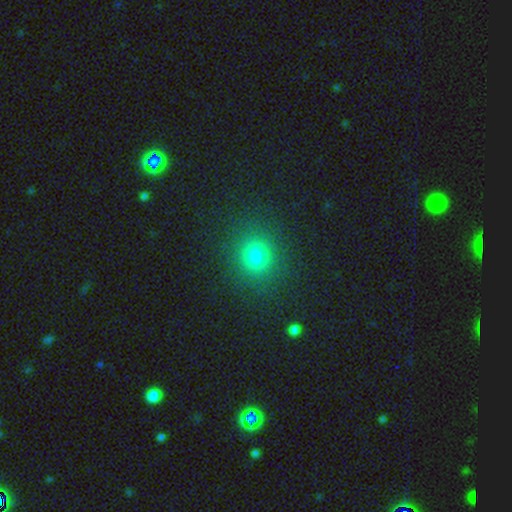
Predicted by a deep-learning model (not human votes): smooth_or_featured: smooth (p=0.74) [alt: star or artifact p=0.20]
how_rounded: round (p=0.84) [alt: in between p=0.14]
merging: none (p=0.89) [alt: minor disturbance p=0.07]